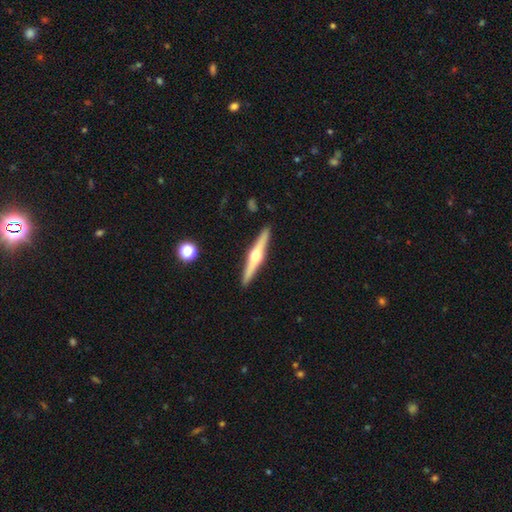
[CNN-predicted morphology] smooth-or-featured: featured or disk: 78% | smooth: 17% | star or artifact: 5%
  disk-edge-on: yes: 98% | no: 2%
    edge-on-bulge: rounded: 95% | boxy: 3% | none: 2%
  merging: none: 92% | minor disturbance: 6% | major disturbance: 1% | merger: 1%